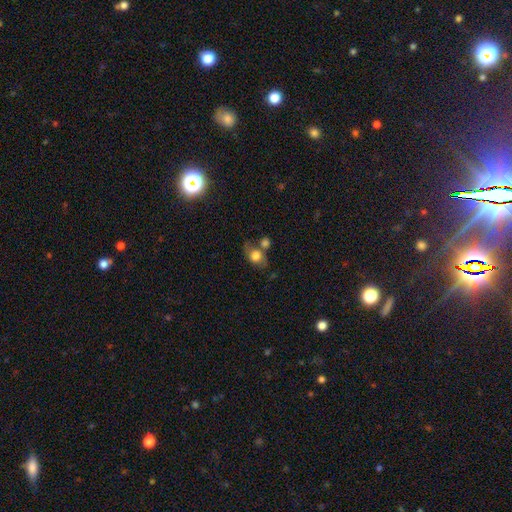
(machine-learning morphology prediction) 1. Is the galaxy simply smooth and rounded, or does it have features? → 66% smooth, 24% featured or disk, 10% star or artifact.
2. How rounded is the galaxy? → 50% round, 48% in between, 2% cigar-shaped.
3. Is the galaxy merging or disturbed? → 44% none, 28% merger, 18% minor disturbance, 10% major disturbance.